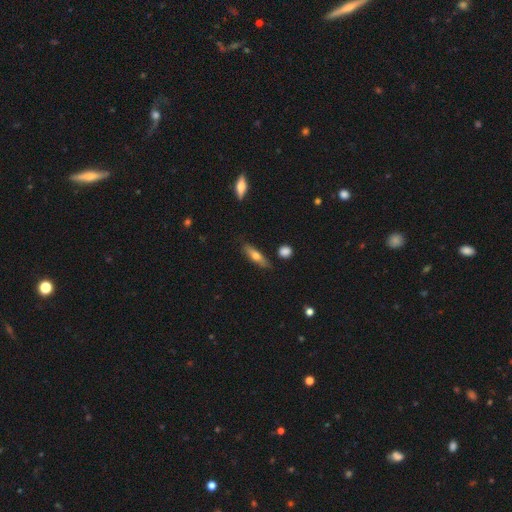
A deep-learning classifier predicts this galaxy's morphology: A smooth galaxy with no disk features (57%) that is cigar-shaped (63%). Merging: none (80%).